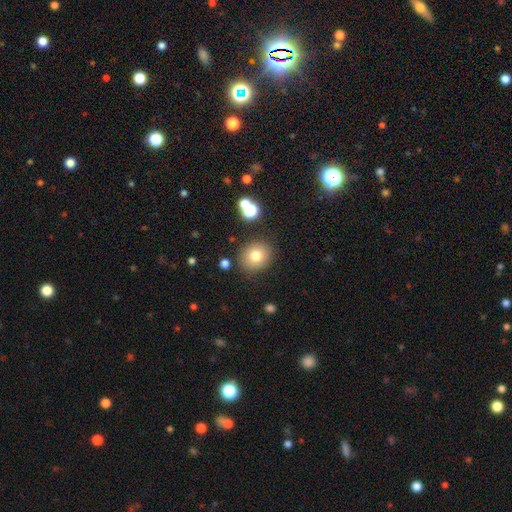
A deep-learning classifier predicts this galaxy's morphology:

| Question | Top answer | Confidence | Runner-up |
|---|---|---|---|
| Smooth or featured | smooth | 76% | star or artifact (13%) |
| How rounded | round | 82% | in between (17%) |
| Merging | none | 85% | minor disturbance (9%) |